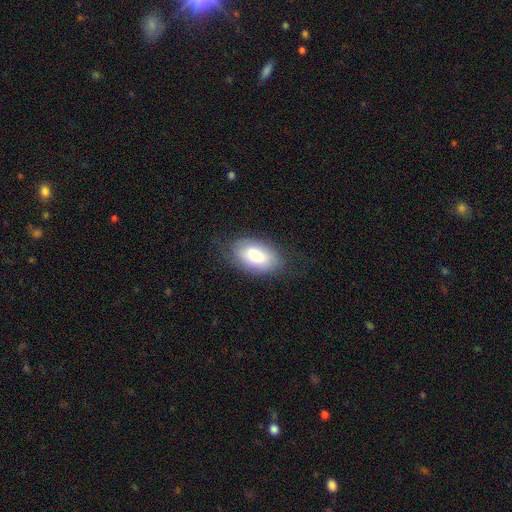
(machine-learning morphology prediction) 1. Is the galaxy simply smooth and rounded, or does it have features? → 73% smooth, 20% featured or disk, 7% star or artifact.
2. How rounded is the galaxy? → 93% in between, 5% round, 2% cigar-shaped.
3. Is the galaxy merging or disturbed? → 71% none, 19% minor disturbance, 9% major disturbance, 1% merger.